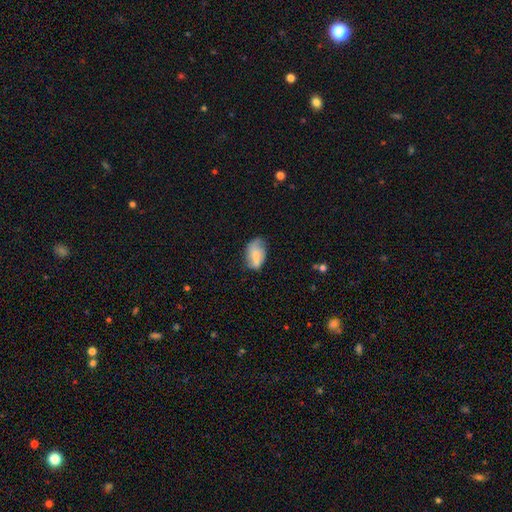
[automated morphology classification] type=smooth (67%); roundness=in between (89%); merging=none (44%).